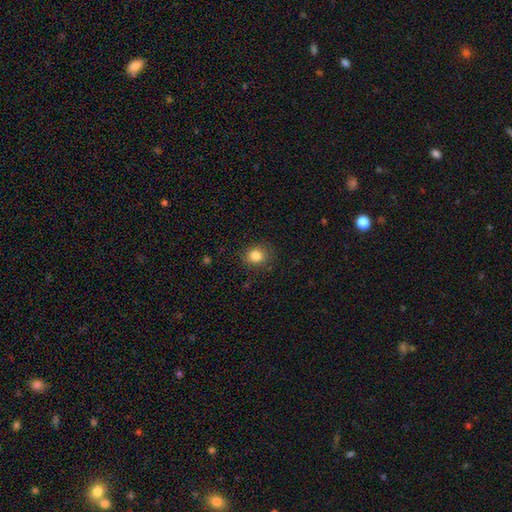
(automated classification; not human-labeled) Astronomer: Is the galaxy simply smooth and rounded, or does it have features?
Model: smooth — 84%.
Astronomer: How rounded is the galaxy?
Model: round — 75%.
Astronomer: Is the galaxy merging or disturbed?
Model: none — 85%.